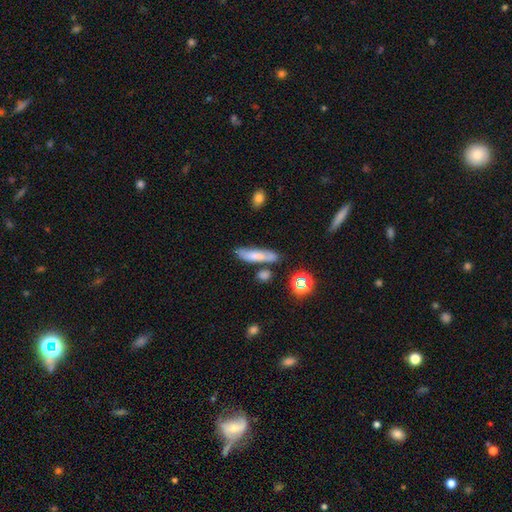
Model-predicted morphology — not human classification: The model was most divided on "how rounded": cigar-shaped: 67%, in between: 29%, round: 4%. More confident: merging — none (64%); smooth or featured — smooth (63%).